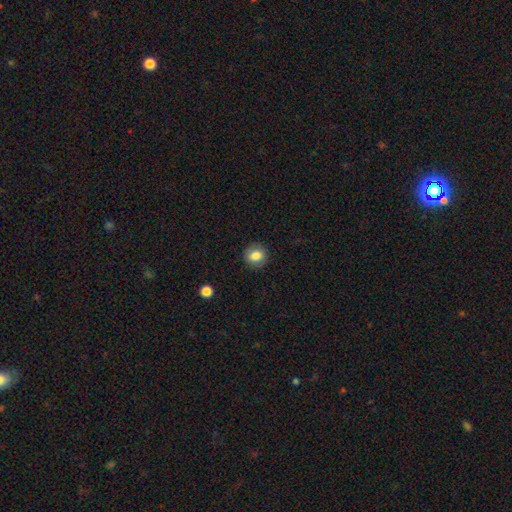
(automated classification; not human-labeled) Overall: smooth (80%). How rounded: round (79%). Merging: none (86%).